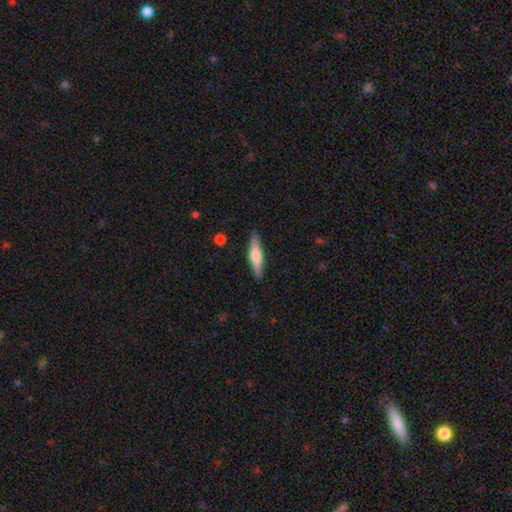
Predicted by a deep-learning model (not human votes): Morphology: type=smooth (53%); roundness=cigar-shaped (78%); merging=none (88%).